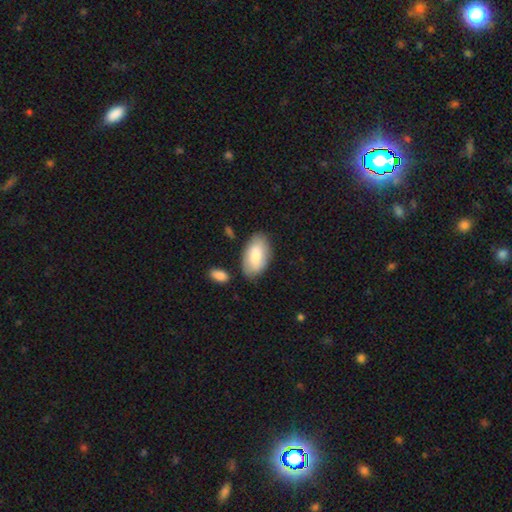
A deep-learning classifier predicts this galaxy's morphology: The model was most divided on "smooth or featured": smooth: 76%, featured or disk: 18%, star or artifact: 6%. More confident: how rounded — in between (95%); merging — none (76%).